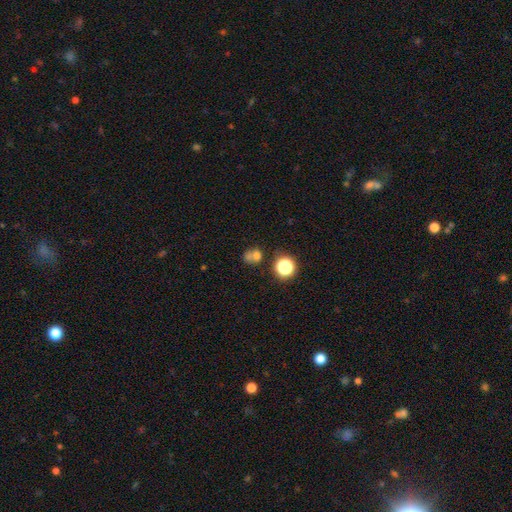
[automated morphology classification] This appears to be a smooth galaxy with no disk features (66%) that is round (73%). Merging: none (40%).